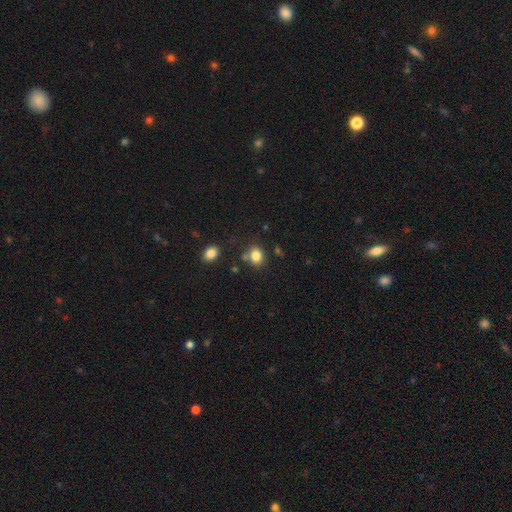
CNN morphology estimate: A smooth galaxy with no disk features (82%) that is round (55%).

Vote fractions:
- Smooth or featured? smooth: 82% / star or artifact: 11% / featured or disk: 7%
- How rounded? round: 55% / in between: 44% / cigar-shaped: 1%
- Merging? none: 72% / minor disturbance: 13% / merger: 11% / major disturbance: 4%